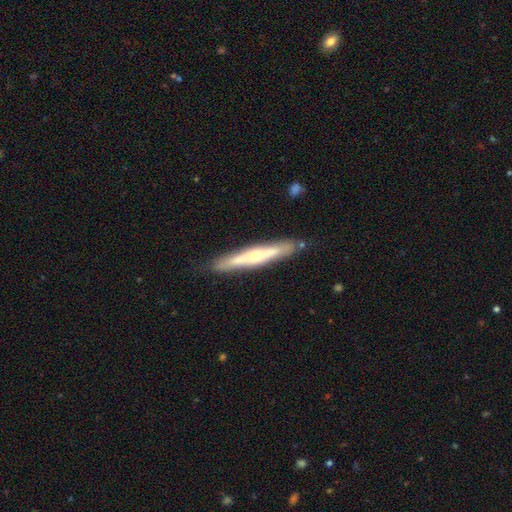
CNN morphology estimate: A featured or disk galaxy (58%) viewed edge-on (89%) with a rounded central bulge (63%).

Vote fractions:
- Smooth or featured? featured or disk: 58% / smooth: 36% / star or artifact: 6%
- Edge-on disk? yes: 89% / no: 11%
- Edge-on bulge? rounded: 63% / none: 28% / boxy: 9%
- Merging? none: 83% / minor disturbance: 12% / merger: 3% / major disturbance: 2%